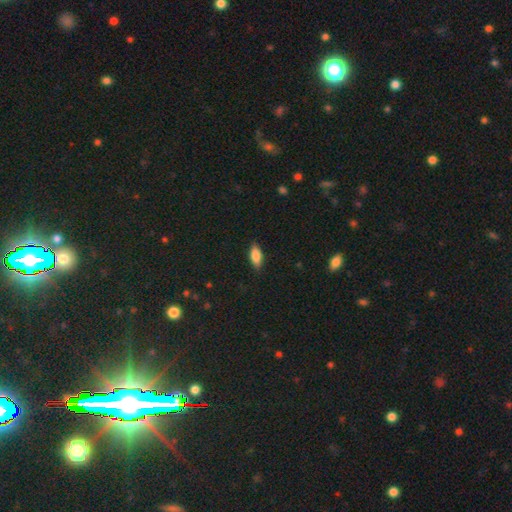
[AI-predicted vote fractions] Smooth or featured? Predicted: smooth (p=0.81). How rounded? Predicted: in between (p=0.78). Merging? Predicted: none (p=0.86).